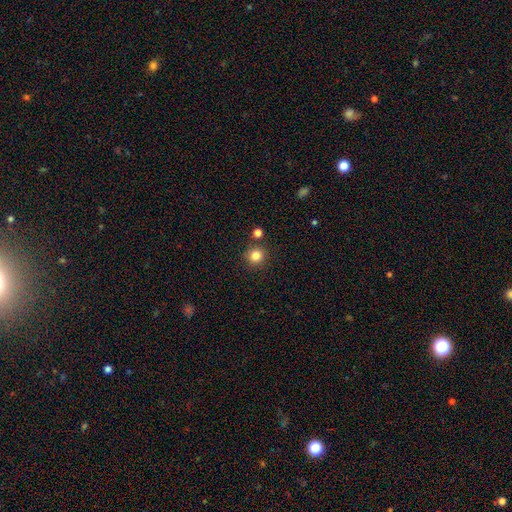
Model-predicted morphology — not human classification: Overall: smooth (82%). How rounded: round (92%). Merging: none (84%).